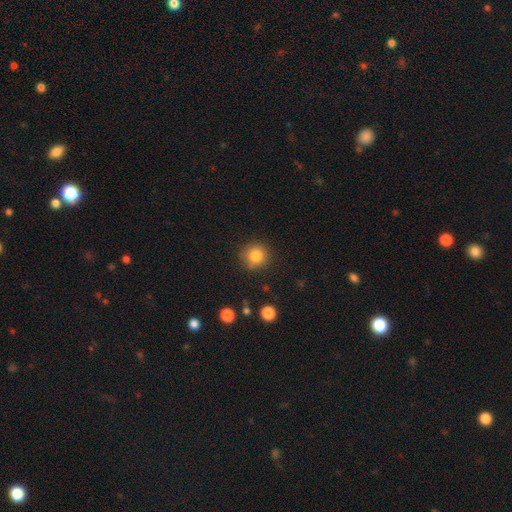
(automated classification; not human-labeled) smooth 82%, star or artifact 11%, featured or disk 7%. Down the decision tree: how rounded — round (93%); merging — none (88%).